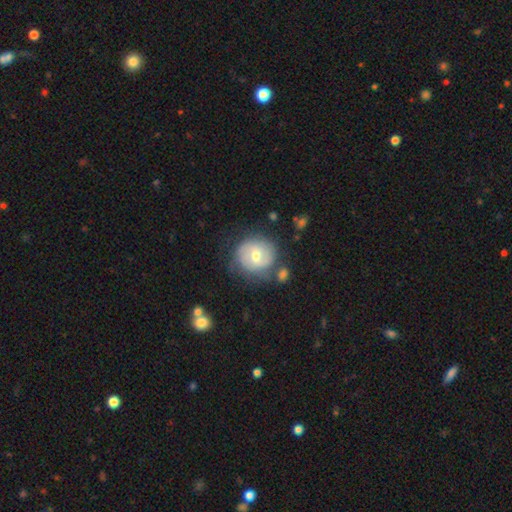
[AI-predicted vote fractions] Smooth or featured? Predicted: featured or disk (p=0.49). Merging? Predicted: none (p=0.66).